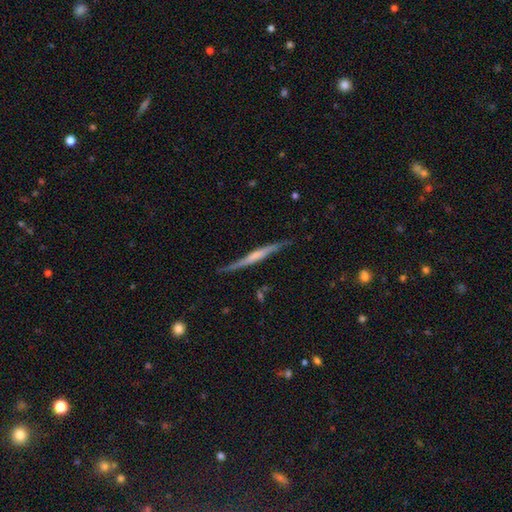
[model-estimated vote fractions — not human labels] This is likely a featured or disk galaxy (67%). It is clearly viewed edge-on (93%). Edge-on bulge: marginally none (44%). Merging: likely none (76%).